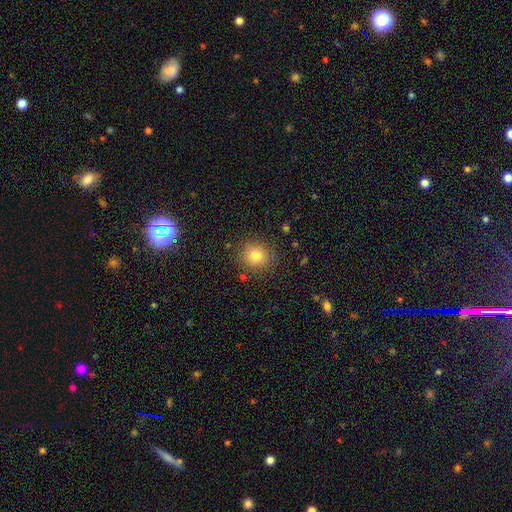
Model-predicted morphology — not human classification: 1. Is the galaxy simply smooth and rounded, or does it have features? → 80% smooth, 12% star or artifact, 8% featured or disk.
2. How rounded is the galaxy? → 82% round, 17% in between, 1% cigar-shaped.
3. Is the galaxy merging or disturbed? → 85% none, 10% minor disturbance, 3% major disturbance, 2% merger.